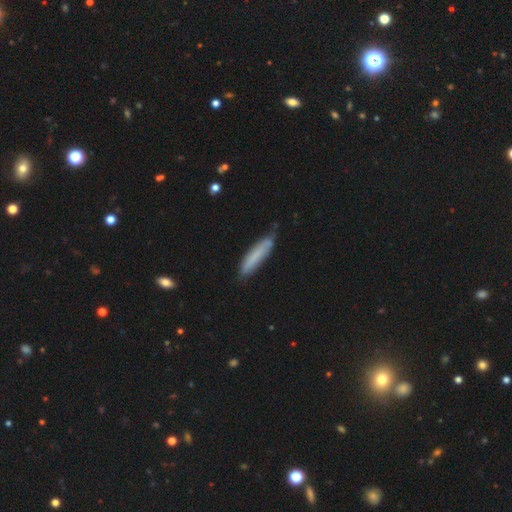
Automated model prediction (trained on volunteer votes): Smooth or featured? Predicted: smooth (p=0.73). How rounded? Predicted: cigar-shaped (p=0.84). Merging? Predicted: none (p=0.73).